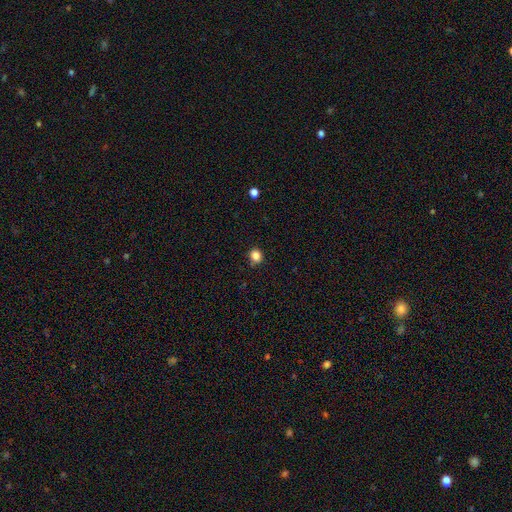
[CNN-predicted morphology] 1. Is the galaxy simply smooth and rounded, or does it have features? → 84% smooth, 12% star or artifact, 4% featured or disk.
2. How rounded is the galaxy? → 82% round, 17% in between, 1% cigar-shaped.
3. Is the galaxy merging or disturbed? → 86% none, 10% minor disturbance, 2% major disturbance, 2% merger.